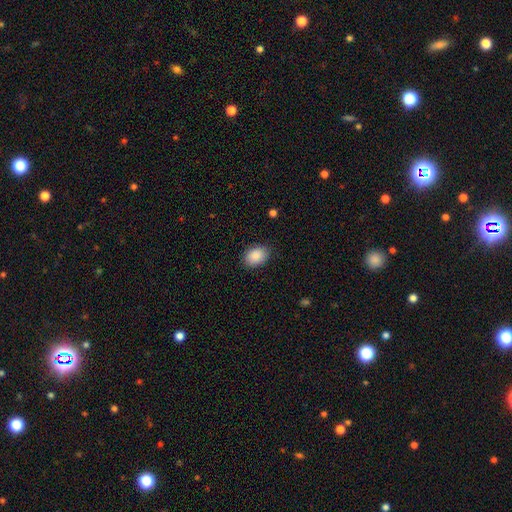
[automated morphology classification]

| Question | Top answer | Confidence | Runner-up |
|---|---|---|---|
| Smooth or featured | smooth | 89% | star or artifact (7%) |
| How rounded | in between | 80% | round (19%) |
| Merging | none | 86% | minor disturbance (10%) |